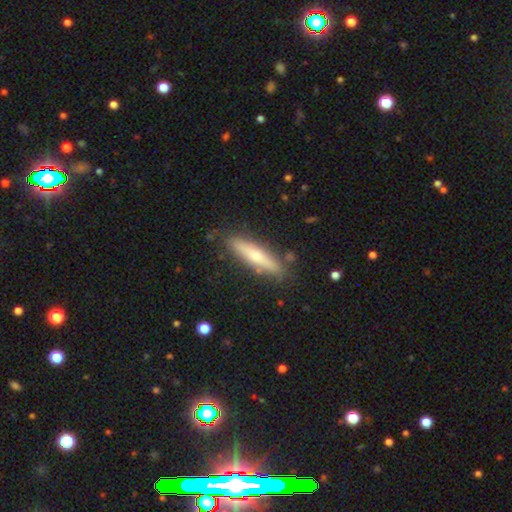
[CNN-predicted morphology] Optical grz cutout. It shows a smooth galaxy with no disk features (50%). Merging: none (85%).